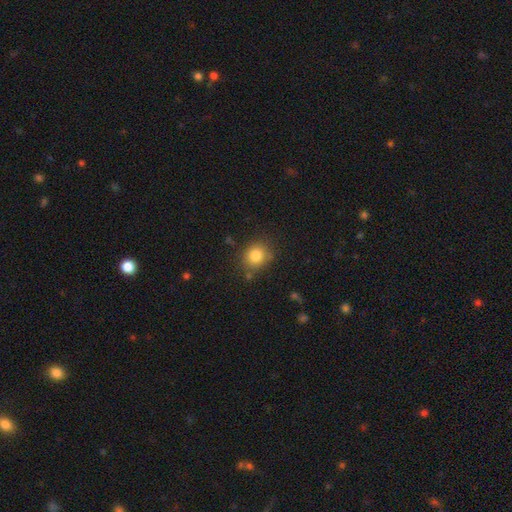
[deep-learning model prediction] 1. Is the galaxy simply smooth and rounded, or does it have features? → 82% smooth, 11% star or artifact, 7% featured or disk.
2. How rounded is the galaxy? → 77% round, 22% in between, 1% cigar-shaped.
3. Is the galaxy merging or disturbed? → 79% none, 14% minor disturbance, 4% merger, 4% major disturbance.